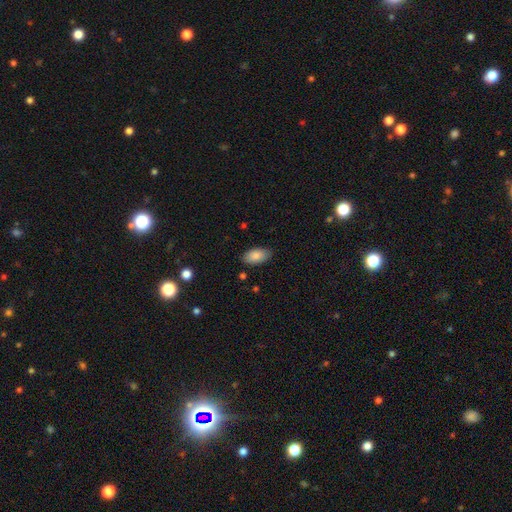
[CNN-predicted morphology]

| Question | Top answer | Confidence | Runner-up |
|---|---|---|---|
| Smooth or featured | smooth | 87% | featured or disk (7%) |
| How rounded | in between | 94% | cigar-shaped (3%) |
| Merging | none | 84% | minor disturbance (12%) |